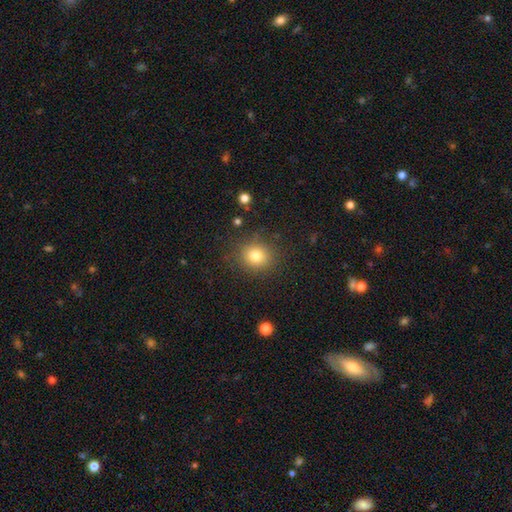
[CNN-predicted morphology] smooth 79%, star or artifact 13%, featured or disk 8%. Down the decision tree: how rounded — round (81%); merging — none (85%).